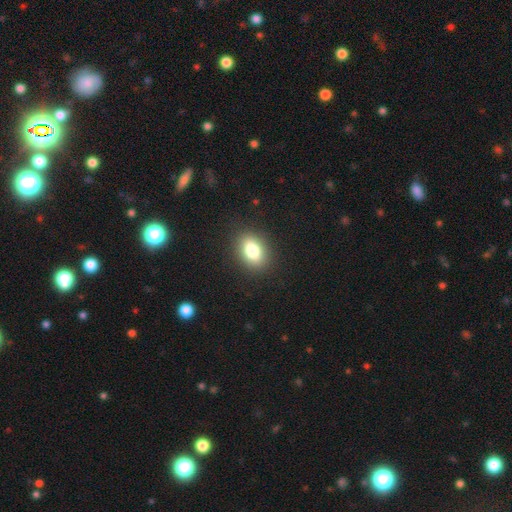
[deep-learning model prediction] This appears to be a smooth galaxy with no disk features (67%) that is round (62%). Merging: none (91%).